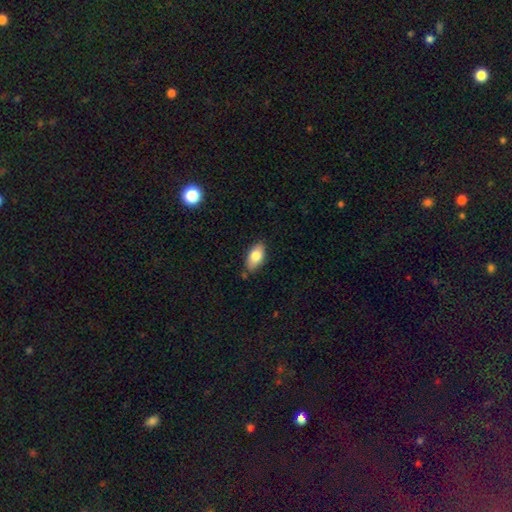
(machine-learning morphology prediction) type=smooth (80%); roundness=in between (92%); merging=none (80%).